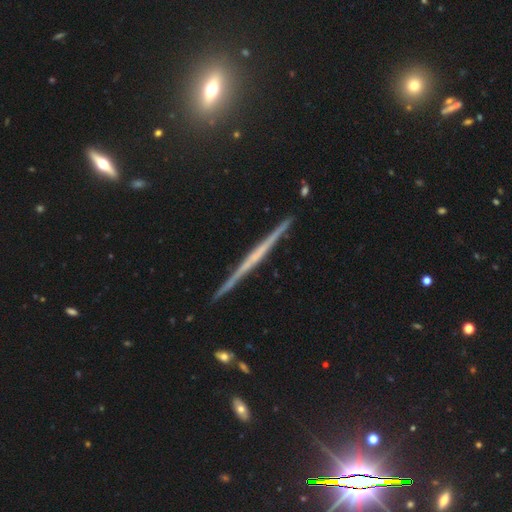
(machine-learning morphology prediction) Smooth or featured?
  - featured or disk: 75% *
  - smooth: 18%
  - star or artifact: 7%
Edge-on disk?
  - yes: 98% *
  - no: 2%
Edge-on bulge?
  - none: 72% *
  - rounded: 20%
  - boxy: 8%
Merging?
  - none: 91% *
  - minor disturbance: 7%
  - merger: 1%
  - major disturbance: 1%